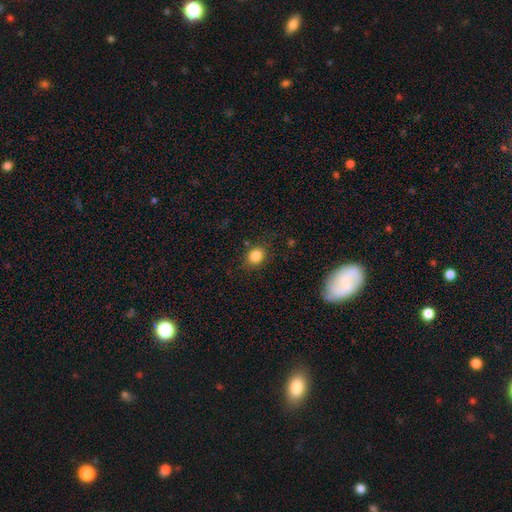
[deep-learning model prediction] Smooth or featured: smooth — 84% (star or artifact — 11%)
How rounded: round — 61% (in between — 38%)
Merging: none — 83% (minor disturbance — 11%)